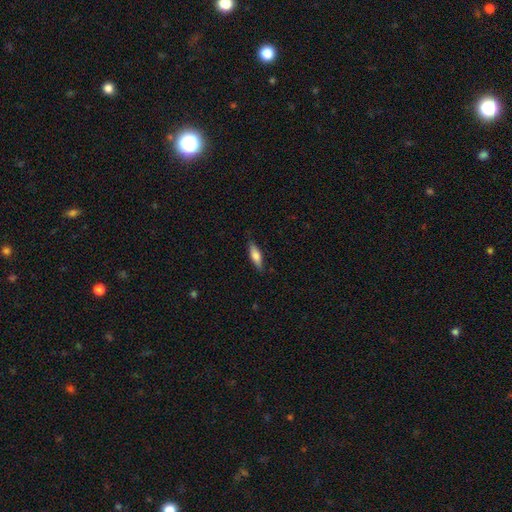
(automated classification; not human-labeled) A smooth galaxy with no disk features (69%) that is cigar-shaped (52%). Merging: none (84%).